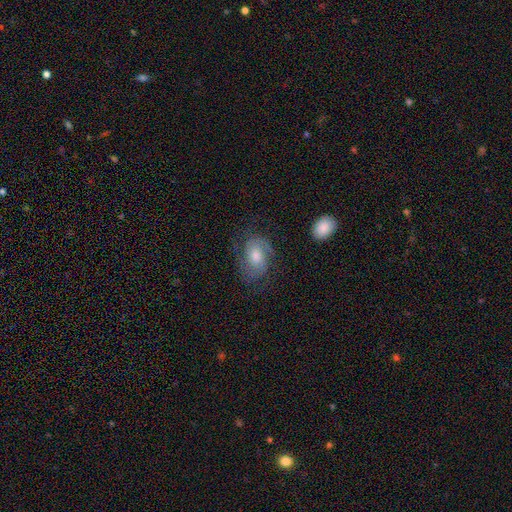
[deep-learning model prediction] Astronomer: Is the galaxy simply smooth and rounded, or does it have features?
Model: featured or disk — 71%.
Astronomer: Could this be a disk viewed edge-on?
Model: no — 97%.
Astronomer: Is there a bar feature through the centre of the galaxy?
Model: no — 61%.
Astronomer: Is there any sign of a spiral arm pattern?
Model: yes — 92%.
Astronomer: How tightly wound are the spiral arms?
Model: medium — 48% (runner-up: tight, 37%).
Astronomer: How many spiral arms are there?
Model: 2 — 75%.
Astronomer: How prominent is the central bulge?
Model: moderate — 60%.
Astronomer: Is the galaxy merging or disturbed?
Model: none — 69%.